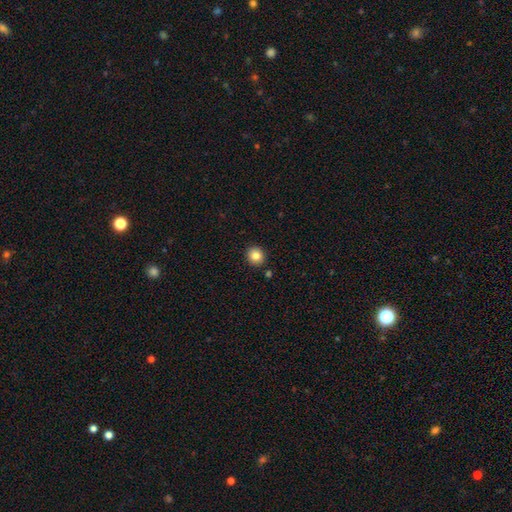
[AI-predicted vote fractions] Smooth or featured?
  - smooth: 83% *
  - star or artifact: 10%
  - featured or disk: 7%
How rounded?
  - round: 91% *
  - in between: 8%
  - cigar-shaped: 1%
Merging?
  - none: 90% *
  - minor disturbance: 6%
  - merger: 2%
  - major disturbance: 2%